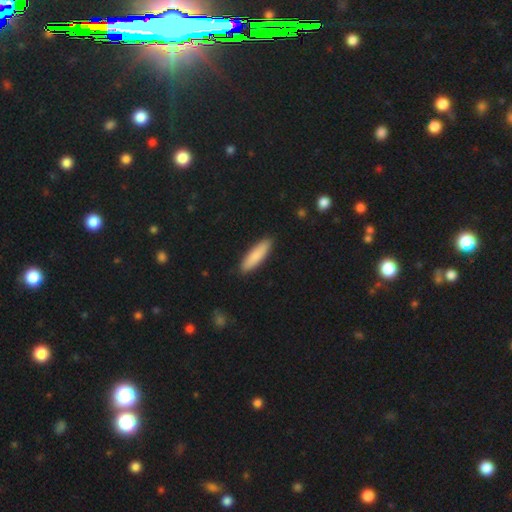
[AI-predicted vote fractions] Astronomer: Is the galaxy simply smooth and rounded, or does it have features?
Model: smooth — 86%.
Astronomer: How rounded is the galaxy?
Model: cigar-shaped — 71%.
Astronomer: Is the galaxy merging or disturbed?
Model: none — 90%.